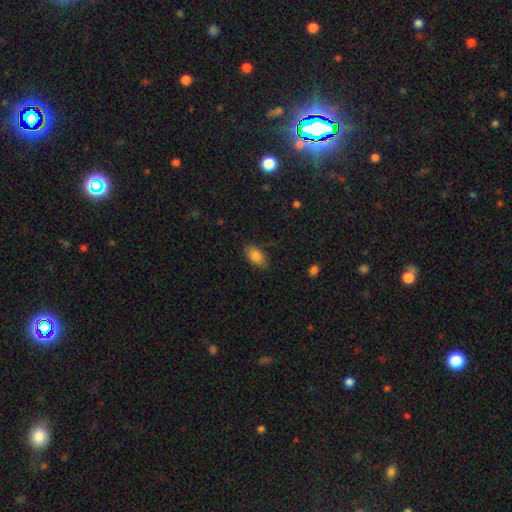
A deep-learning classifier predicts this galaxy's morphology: Smooth or featured: smooth — 86% (star or artifact — 8%)
How rounded: in between — 92% (round — 5%)
Merging: none — 83% (minor disturbance — 13%)